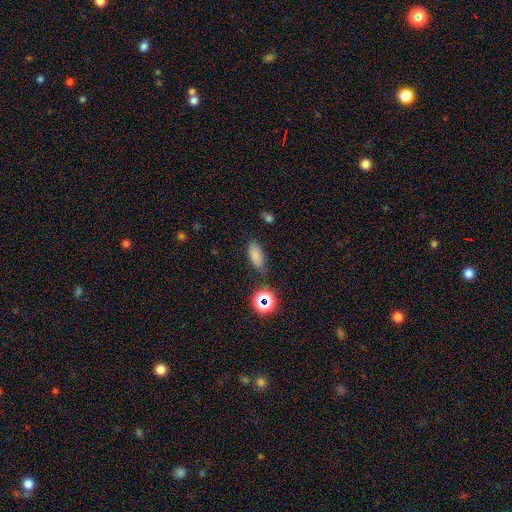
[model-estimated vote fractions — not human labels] A smooth galaxy with no disk features (78%) that is in between round and cigar-shaped (78%). Merging: none (76%).